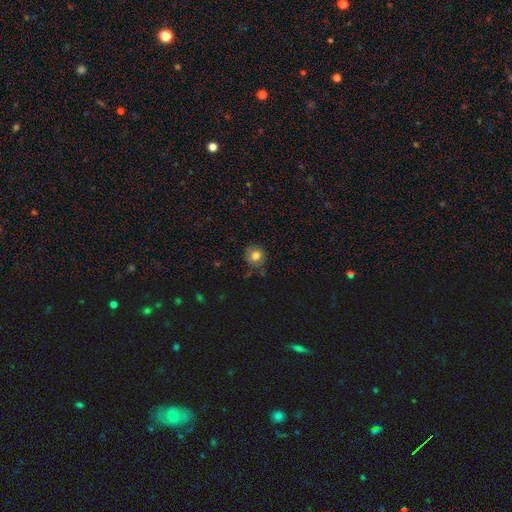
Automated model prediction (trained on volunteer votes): A smooth galaxy with no disk features (77%) that is round (87%).

Vote fractions:
- Smooth or featured? smooth: 77% / featured or disk: 12% / star or artifact: 11%
- How rounded? round: 87% / in between: 12% / cigar-shaped: 1%
- Merging? none: 76% / minor disturbance: 18% / major disturbance: 4% / merger: 2%